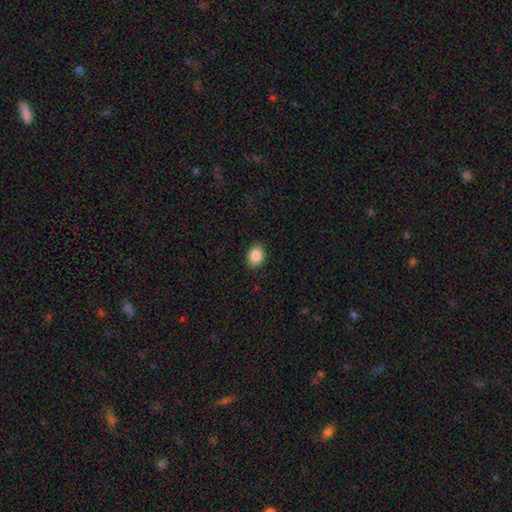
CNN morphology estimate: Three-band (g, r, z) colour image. It shows a smooth galaxy with no disk features (87%) that is in between round and cigar-shaped (56%). Merging: none (90%).